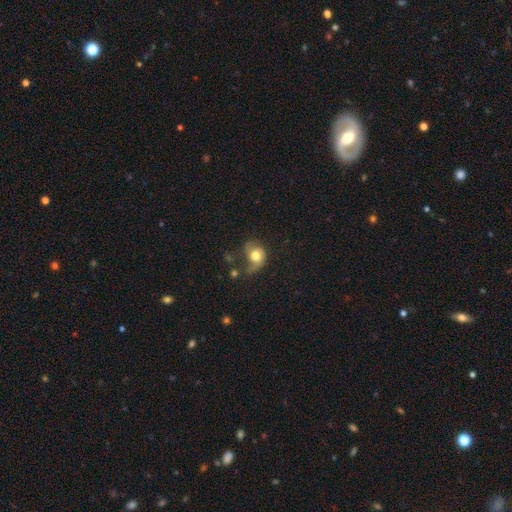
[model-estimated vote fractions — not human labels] Smooth or featured: smooth — 60% (featured or disk — 32%)
How rounded: round — 54% (in between — 45%)
Merging: major disturbance — 36% (none — 28%)